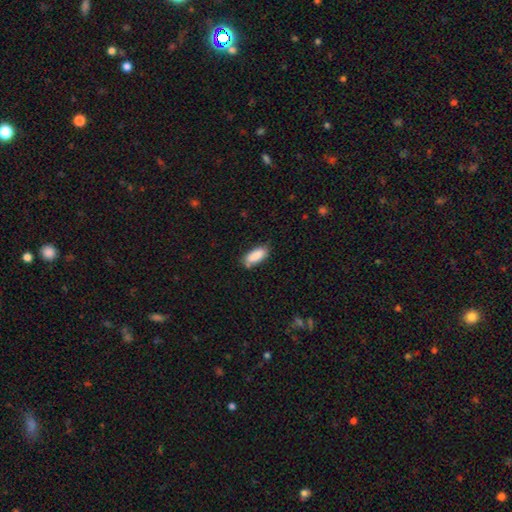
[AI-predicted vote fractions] Q: Smooth or featured?
A: smooth (88%); runner-up: star or artifact (6%)
Q: How rounded?
A: in between (83%); runner-up: cigar-shaped (15%)
Q: Merging?
A: none (73%); runner-up: minor disturbance (21%)